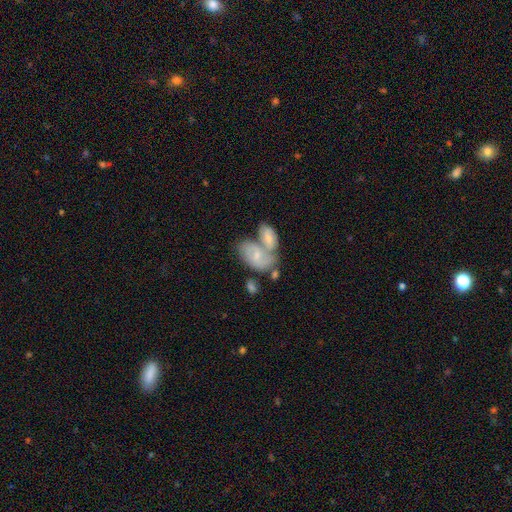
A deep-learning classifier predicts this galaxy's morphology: Overall: featured or disk (50%; smooth 42%). Edge-on disk: no (95%). Merging: merger (64%).